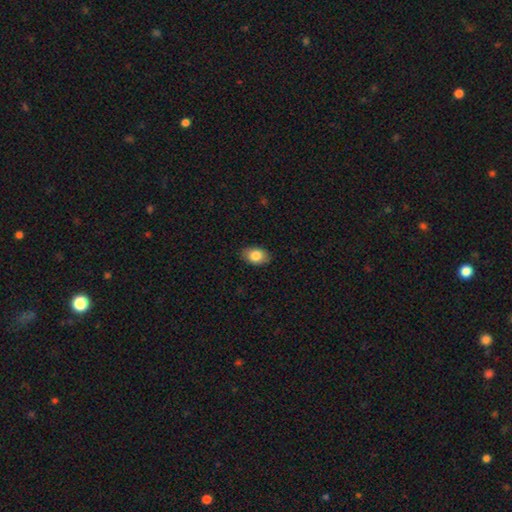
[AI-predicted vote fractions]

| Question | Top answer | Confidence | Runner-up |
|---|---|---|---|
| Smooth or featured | smooth | 83% | featured or disk (9%) |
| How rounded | in between | 83% | round (15%) |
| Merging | none | 87% | minor disturbance (10%) |